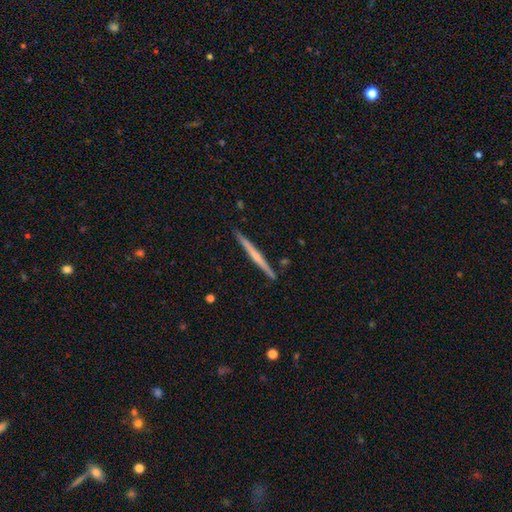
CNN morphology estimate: smooth_or_featured: featured or disk (p=0.63) [alt: smooth p=0.32]
disk_edge_on: yes (p=0.98) [alt: no p=0.02]
edge_on_bulge: none (p=0.49) [alt: rounded p=0.45]
merging: none (p=0.91) [alt: minor disturbance p=0.06]